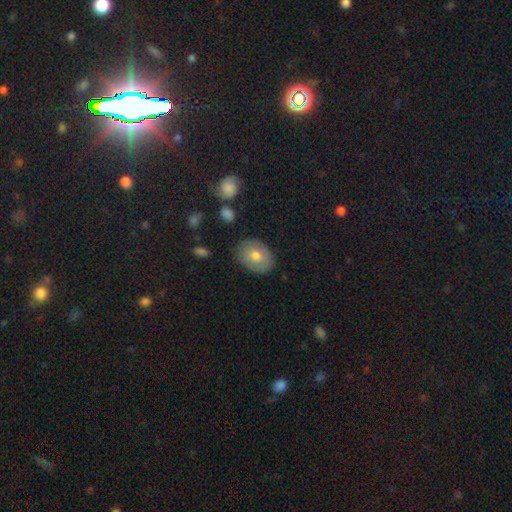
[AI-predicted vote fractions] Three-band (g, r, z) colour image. It shows a smooth galaxy with no disk features (67%) that is in between round and cigar-shaped (71%). Merging: none (82%).